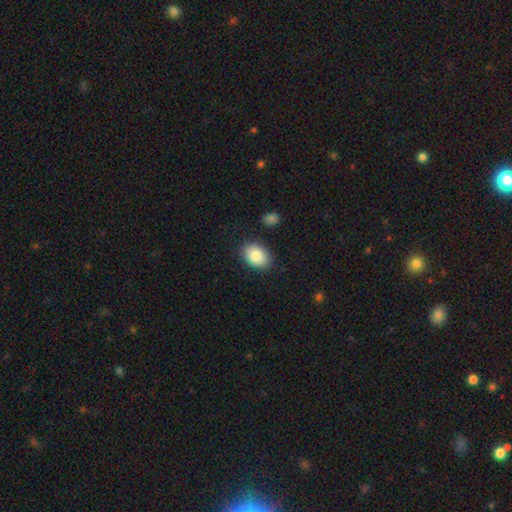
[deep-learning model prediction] Morphology: type=smooth (86%); roundness=in between (82%); merging=none (85%).